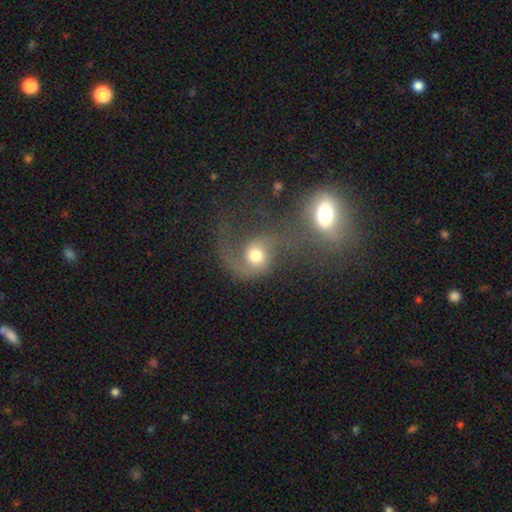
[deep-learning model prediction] Smooth or featured? Predicted: featured or disk (p=0.64). Edge-on disk? Predicted: no (p=0.97). Bar? Predicted: no (p=0.70). Spiral arms? Predicted: yes (p=0.87). Spiral winding? Predicted: loose (p=0.61). Spiral arm count? Predicted: 2 (p=0.54). Bulge size? Predicted: moderate (p=0.58). Merging? Predicted: merger (p=0.36).